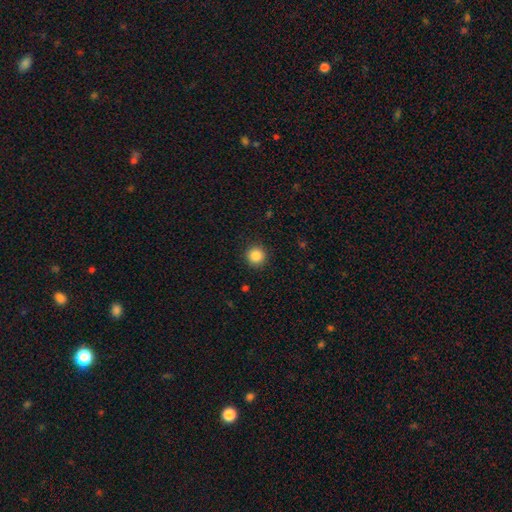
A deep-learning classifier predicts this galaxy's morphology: smooth-or-featured: smooth: 86% | star or artifact: 10% | featured or disk: 3%
  how-rounded: round: 95% | in between: 4% | cigar-shaped: 1%
  merging: none: 92% | minor disturbance: 5% | major disturbance: 2% | merger: 1%